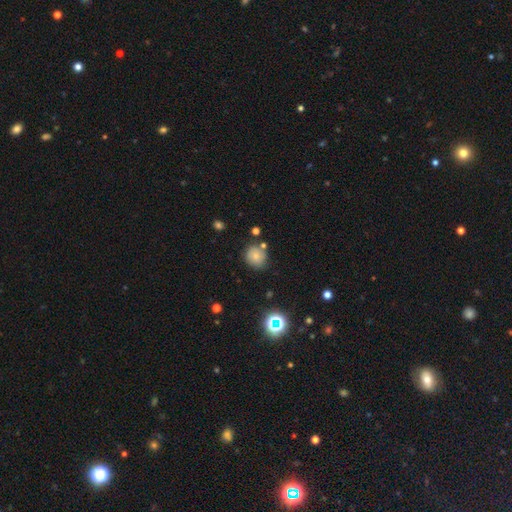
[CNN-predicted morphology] smooth-or-featured: smooth: 69% | star or artifact: 16% | featured or disk: 15%
  how-rounded: round: 88% | in between: 11% | cigar-shaped: 1%
  merging: none: 75% | minor disturbance: 14% | merger: 7% | major disturbance: 3%